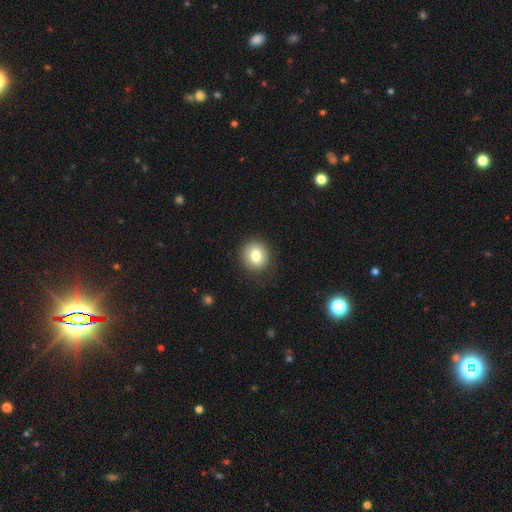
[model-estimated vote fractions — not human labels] smooth-or-featured: smooth: 80% | featured or disk: 11% | star or artifact: 9%
  how-rounded: round: 81% | in between: 18% | cigar-shaped: 1%
  merging: none: 87% | minor disturbance: 9% | major disturbance: 3% | merger: 1%